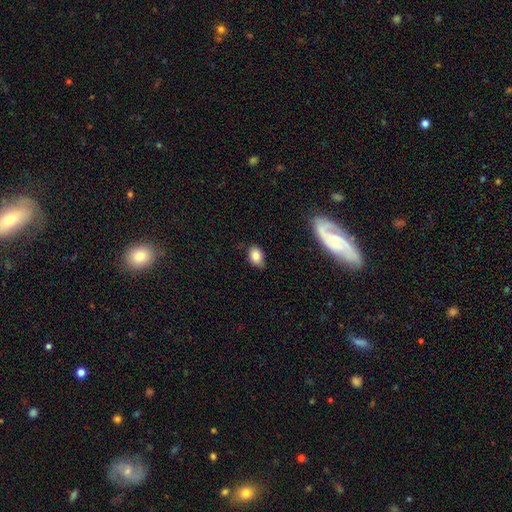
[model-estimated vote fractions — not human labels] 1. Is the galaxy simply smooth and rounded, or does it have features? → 82% smooth, 9% featured or disk, 9% star or artifact.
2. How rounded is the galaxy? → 79% in between, 20% round, 1% cigar-shaped.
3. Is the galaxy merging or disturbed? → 74% none, 21% minor disturbance, 4% major disturbance, 2% merger.